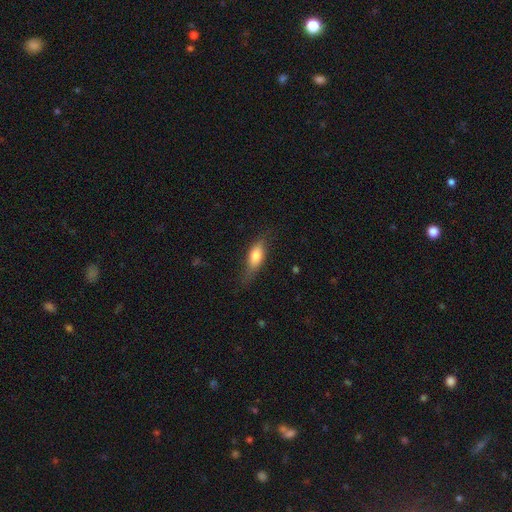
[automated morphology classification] Smooth or featured? smooth (72%)
How rounded? in between (69%)
Merging? none (64%)